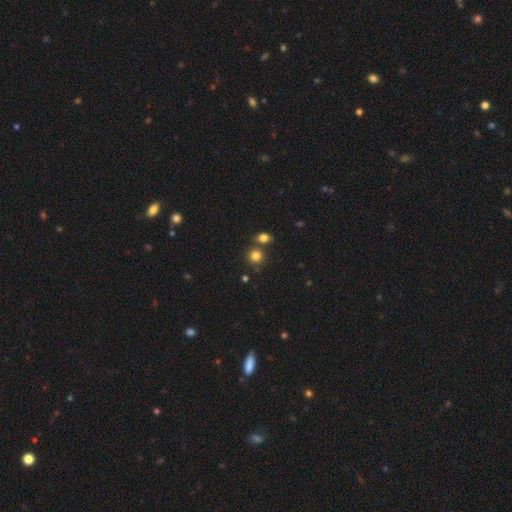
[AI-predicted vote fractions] A smooth galaxy with no disk features (82%) that is round (87%).

Vote fractions:
- Smooth or featured? smooth: 82% / star or artifact: 12% / featured or disk: 6%
- How rounded? round: 87% / in between: 12% / cigar-shaped: 1%
- Merging? none: 68% / merger: 21% / minor disturbance: 8% / major disturbance: 3%